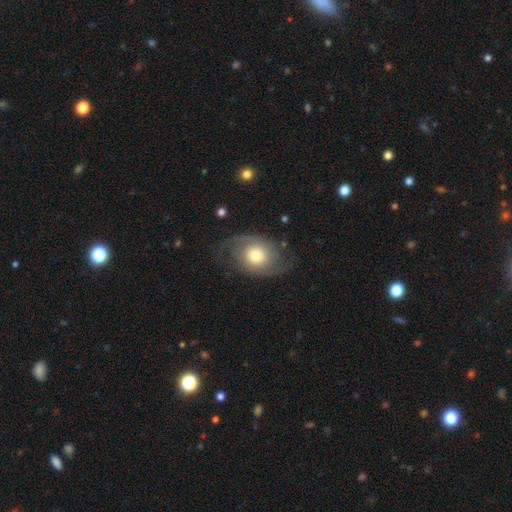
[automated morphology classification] Overall: featured or disk (65%; smooth 28%). Edge-on disk: no (96%). Bar: no (76%). Spiral arms: yes (86%). Spiral arm count: 2 (87%). Spiral winding: medium (44%; loose 37%). Bulge size: moderate (63%). Merging: none (68%).